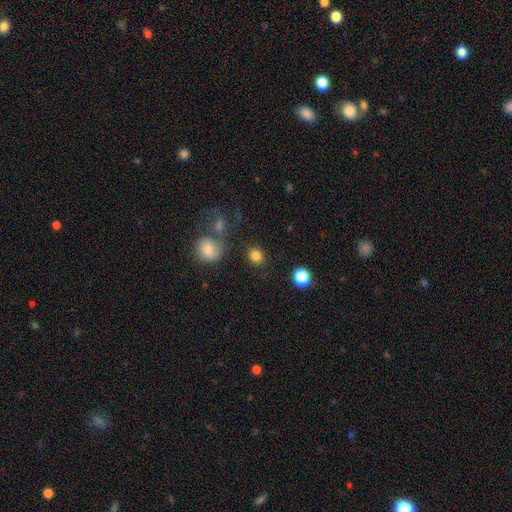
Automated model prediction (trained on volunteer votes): Q: Smooth or featured?
A: smooth (84%); runner-up: star or artifact (11%)
Q: How rounded?
A: round (72%); runner-up: in between (27%)
Q: Merging?
A: none (84%); runner-up: minor disturbance (8%)